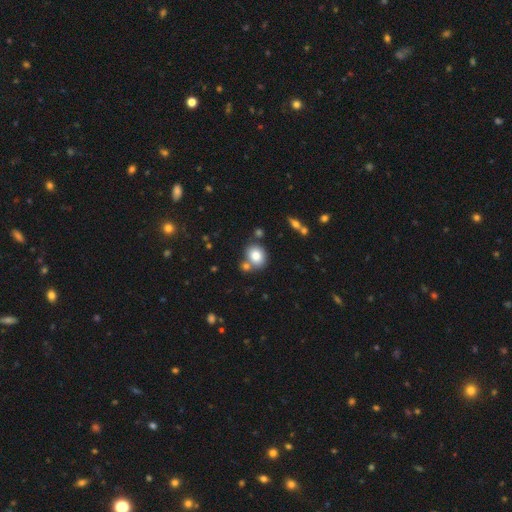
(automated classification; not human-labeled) Smooth or featured: smooth — 82% (featured or disk — 9%)
How rounded: round — 64% (in between — 35%)
Merging: none — 64% (merger — 20%)